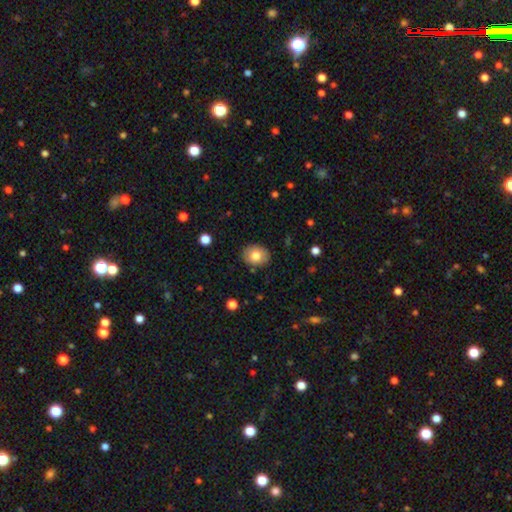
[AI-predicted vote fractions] This is likely a smooth galaxy (78%). How rounded: possibly in between (54%). Merging: clearly none (87%).